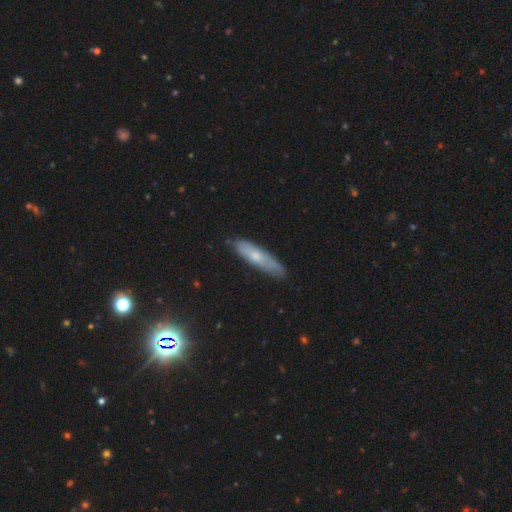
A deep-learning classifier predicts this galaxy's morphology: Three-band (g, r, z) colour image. It shows a smooth galaxy with no disk features (55%) that is cigar-shaped (73%). Merging: none (80%).